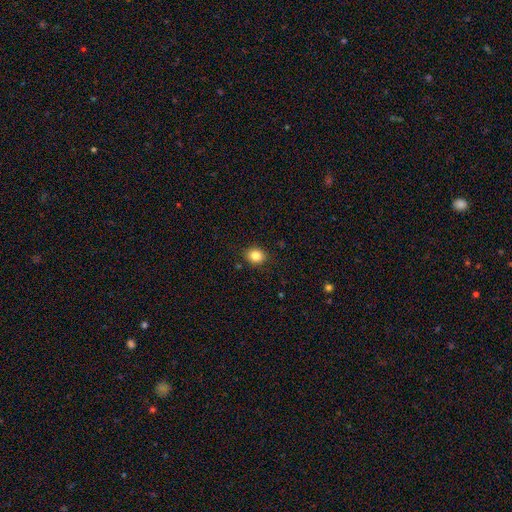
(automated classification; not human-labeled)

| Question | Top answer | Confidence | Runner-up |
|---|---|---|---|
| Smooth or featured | smooth | 84% | star or artifact (11%) |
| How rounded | round | 72% | in between (27%) |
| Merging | none | 88% | minor disturbance (8%) |